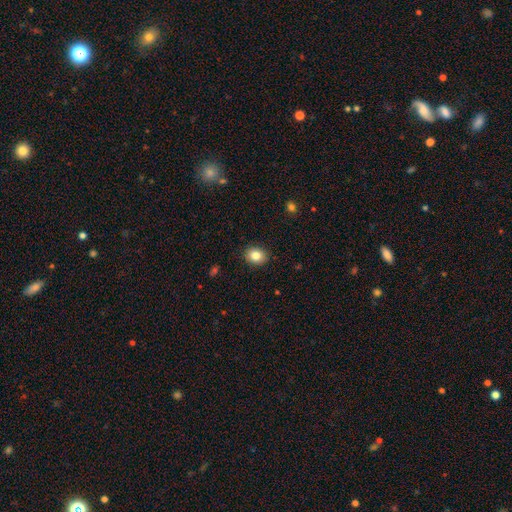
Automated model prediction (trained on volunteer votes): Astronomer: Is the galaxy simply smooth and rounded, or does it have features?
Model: smooth — 84%.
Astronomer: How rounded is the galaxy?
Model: round — 51% (runner-up: in between, 48%).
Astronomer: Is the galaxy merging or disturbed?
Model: none — 90%.